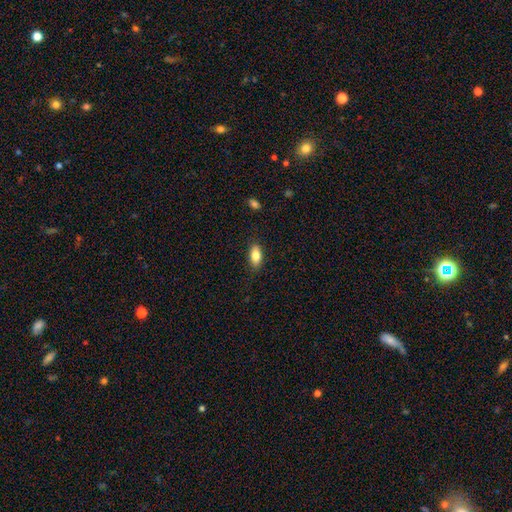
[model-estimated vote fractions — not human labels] Smooth or featured? smooth (81%)
How rounded? in between (86%)
Merging? none (86%)